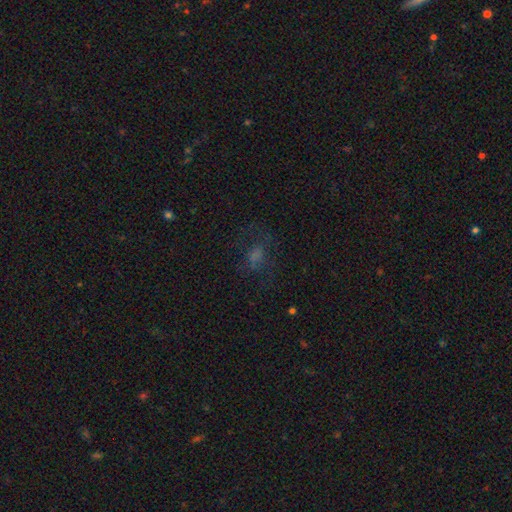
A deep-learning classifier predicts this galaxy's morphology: Q: Smooth or featured?
A: star or artifact (40%); runner-up: smooth (34%)